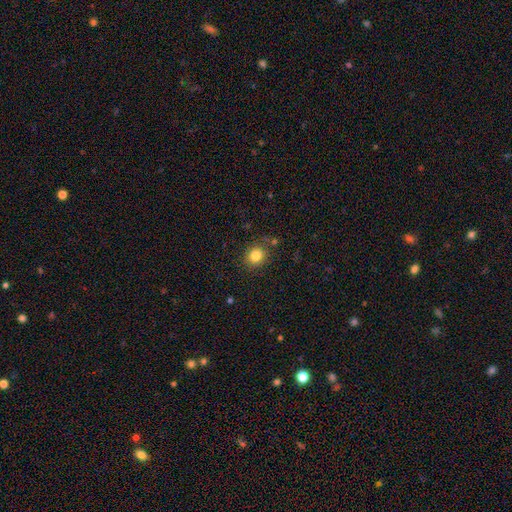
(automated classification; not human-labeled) smooth_or_featured: smooth (p=0.83) [alt: star or artifact p=0.11]
how_rounded: round (p=0.80) [alt: in between p=0.19]
merging: none (p=0.84) [alt: minor disturbance p=0.10]